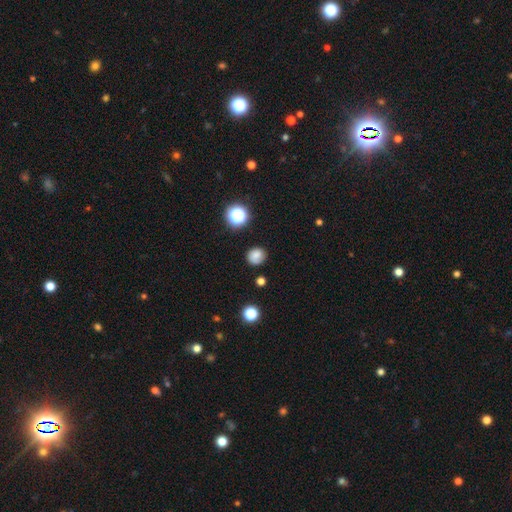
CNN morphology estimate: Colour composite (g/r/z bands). It shows a smooth galaxy with no disk features (78%) that is round (85%). Merging: none (80%).